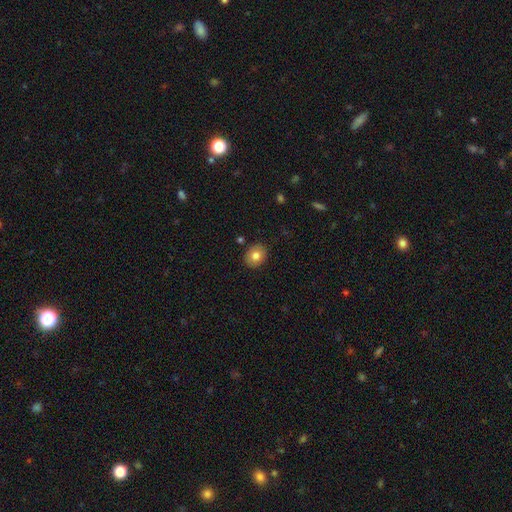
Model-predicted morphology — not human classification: smooth-or-featured: smooth: 81% | featured or disk: 11% | star or artifact: 9%
  how-rounded: round: 54% | in between: 46% | cigar-shaped: 1%
  merging: none: 87% | minor disturbance: 9% | major disturbance: 2% | merger: 2%